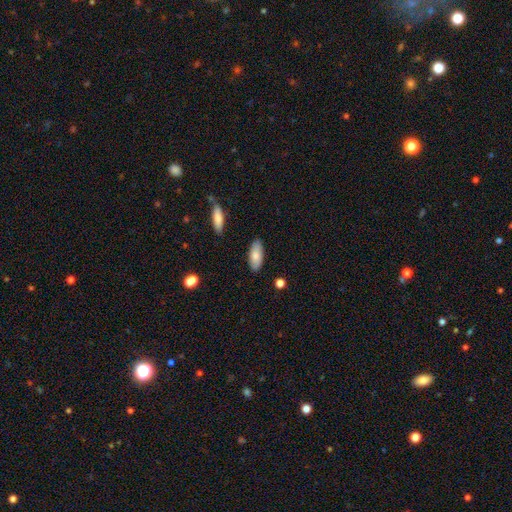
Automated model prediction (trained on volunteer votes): smooth-or-featured: smooth: 79% | featured or disk: 15% | star or artifact: 6%
  how-rounded: in between: 82% | cigar-shaped: 16% | round: 2%
  merging: none: 84% | minor disturbance: 12% | major disturbance: 2% | merger: 2%